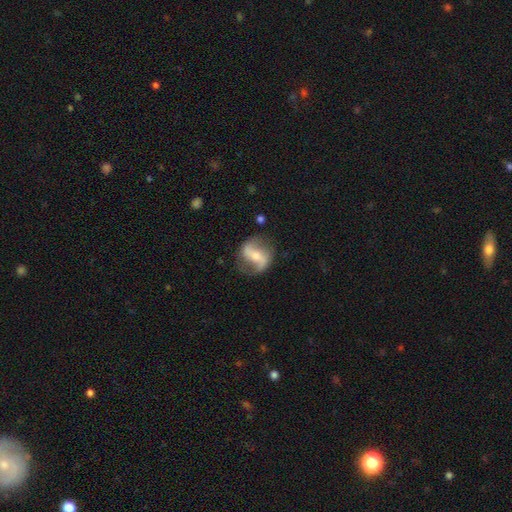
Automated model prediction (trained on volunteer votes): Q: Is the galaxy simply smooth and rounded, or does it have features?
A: featured or disk — 79%.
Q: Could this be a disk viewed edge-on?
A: no — 95%.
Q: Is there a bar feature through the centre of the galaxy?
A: strong — 45%.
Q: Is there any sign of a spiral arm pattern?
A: yes — 90%.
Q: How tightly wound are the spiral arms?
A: loose — 63%.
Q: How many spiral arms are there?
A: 2 — 89%.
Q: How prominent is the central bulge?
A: small — 46%, tied with moderate.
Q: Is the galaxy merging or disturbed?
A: none — 72%.